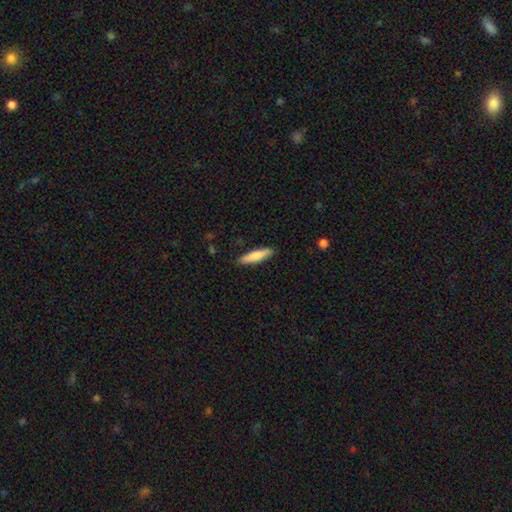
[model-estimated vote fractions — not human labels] Overall: smooth (81%). How rounded: cigar-shaped (79%). Merging: none (89%).